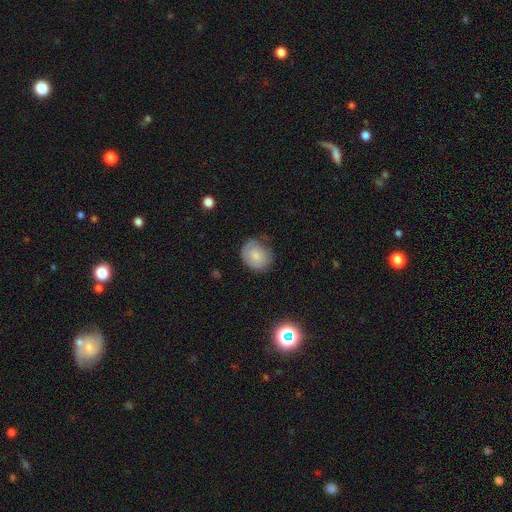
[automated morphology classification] The model was most divided on "how rounded": round: 55%, in between: 44%, cigar-shaped: 1%. More confident: smooth or featured — smooth (75%); merging — none (62%).